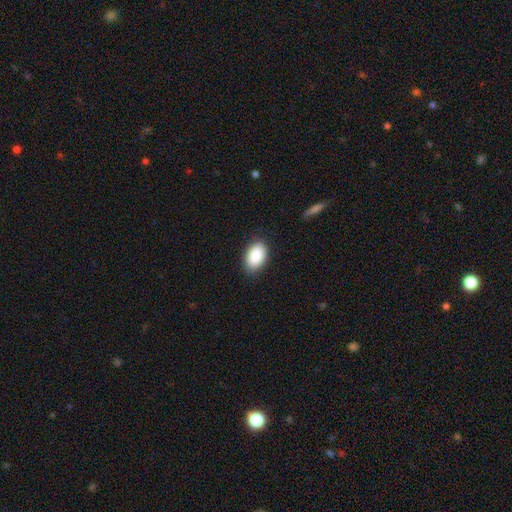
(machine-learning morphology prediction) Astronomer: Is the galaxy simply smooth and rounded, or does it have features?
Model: smooth — 90%.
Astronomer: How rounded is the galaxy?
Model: in between — 91%.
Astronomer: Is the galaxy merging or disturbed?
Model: none — 86%.